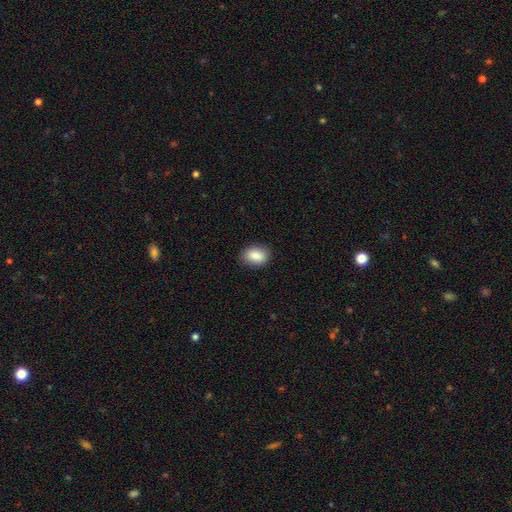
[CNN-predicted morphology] This appears to be a smooth galaxy with no disk features (86%) that is in between round and cigar-shaped (73%). Merging: none (87%).